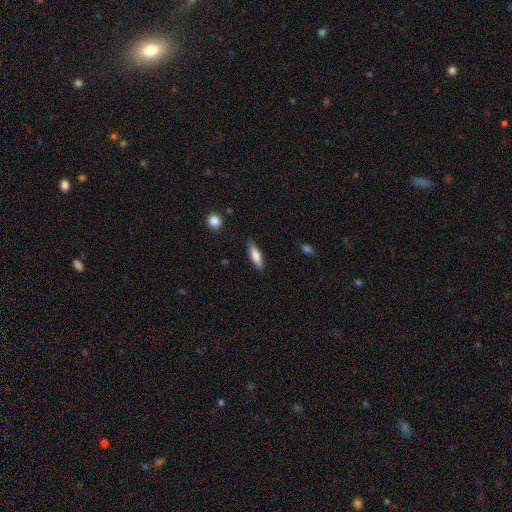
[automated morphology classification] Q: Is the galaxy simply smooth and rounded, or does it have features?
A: smooth — 74%.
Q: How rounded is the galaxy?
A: cigar-shaped — 57%.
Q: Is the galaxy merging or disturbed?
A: none — 85%.